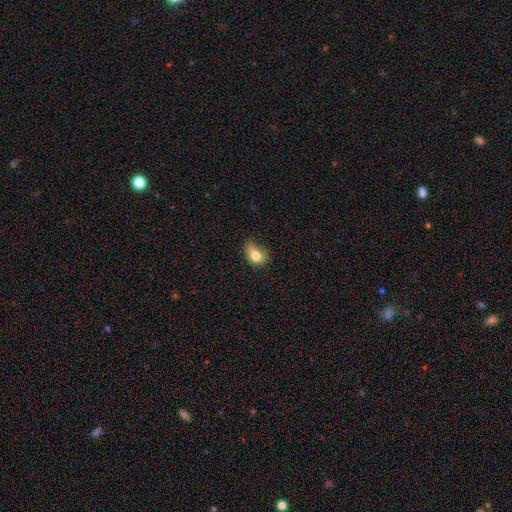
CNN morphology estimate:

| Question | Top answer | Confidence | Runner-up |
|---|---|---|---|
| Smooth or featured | smooth | 78% | featured or disk (11%) |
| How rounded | in between | 65% | round (33%) |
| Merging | minor disturbance | 42% | none (37%) |